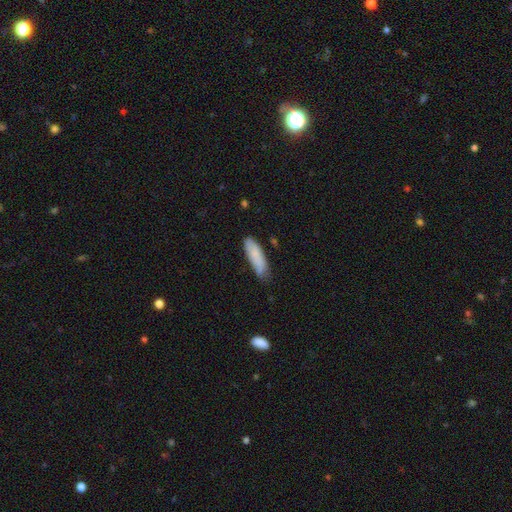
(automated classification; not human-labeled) Smooth or featured?
  - smooth: 80% *
  - featured or disk: 14%
  - star or artifact: 6%
How rounded?
  - cigar-shaped: 53% *
  - in between: 45%
  - round: 1%
Merging?
  - none: 64% *
  - minor disturbance: 29%
  - major disturbance: 5%
  - merger: 2%